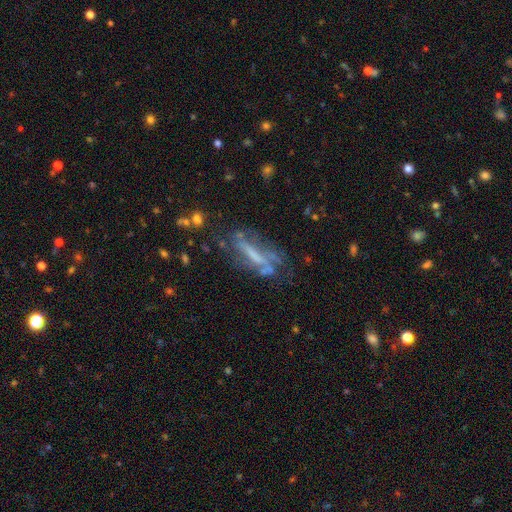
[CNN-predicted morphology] Smooth or featured: featured or disk — 57% (smooth — 27%)
Edge-on disk: no — 65% (yes — 35%)
Merging: none — 47% (minor disturbance — 23%)